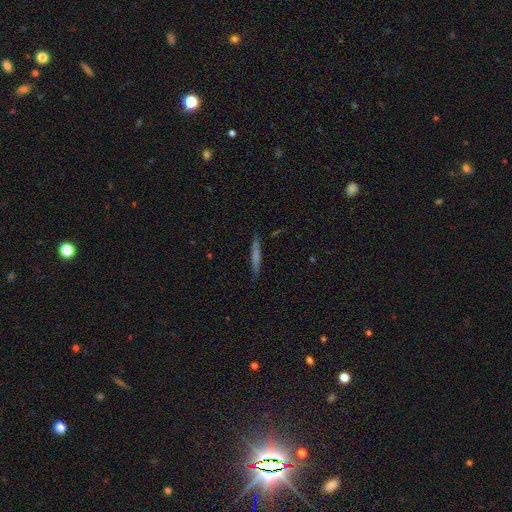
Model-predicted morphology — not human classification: type=smooth (52%); roundness=cigar-shaped (94%); merging=none (88%).